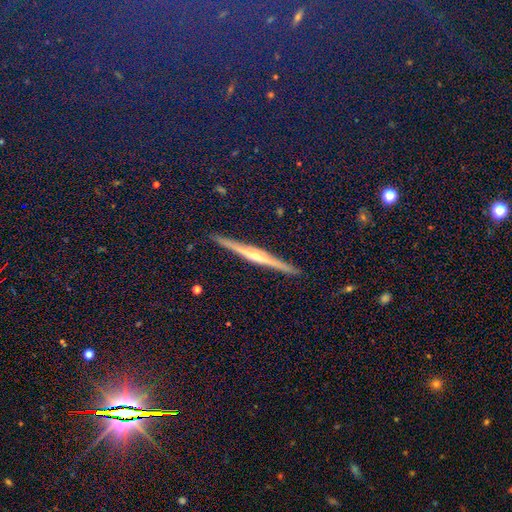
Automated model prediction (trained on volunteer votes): smooth-or-featured: featured or disk: 68% | star or artifact: 17% | smooth: 15%
  disk-edge-on: yes: 97% | no: 3%
    edge-on-bulge: rounded: 79% | none: 13% | boxy: 8%
  merging: none: 92% | minor disturbance: 5% | major disturbance: 1% | merger: 1%